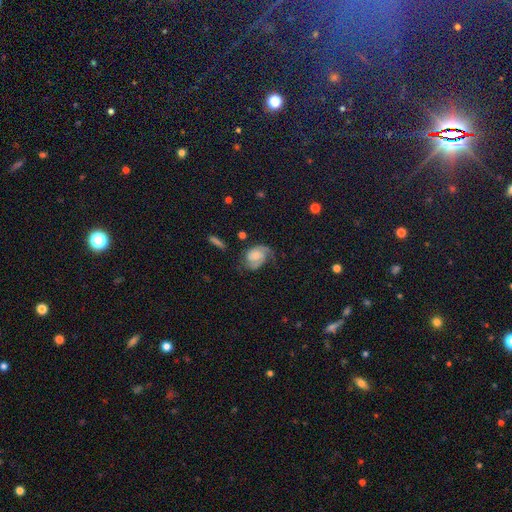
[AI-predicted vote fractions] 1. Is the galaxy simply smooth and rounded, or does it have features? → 71% featured or disk, 22% smooth, 8% star or artifact.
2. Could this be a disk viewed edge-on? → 97% no, 3% yes.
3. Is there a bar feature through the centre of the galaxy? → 65% no, 29% weak, 5% strong.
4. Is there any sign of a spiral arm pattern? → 93% yes, 7% no.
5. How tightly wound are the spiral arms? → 42% medium, 40% tight, 19% loose.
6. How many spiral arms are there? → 69% 2, 16% 1, 10% can't tell, 3% 3, 1% 4, 1% more than 4.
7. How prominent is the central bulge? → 38% small, 35% moderate, 16% none, 9% large, 2% dominant.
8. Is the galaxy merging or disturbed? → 51% none, 26% minor disturbance, 20% major disturbance, 3% merger.